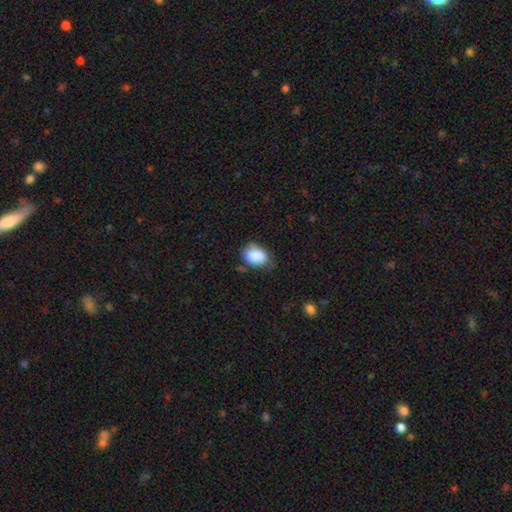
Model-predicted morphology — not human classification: The model was most divided on "merging": none: 55%, minor disturbance: 33%, major disturbance: 9%, merger: 3%. More confident: smooth or featured — smooth (84%); how rounded — in between (77%).